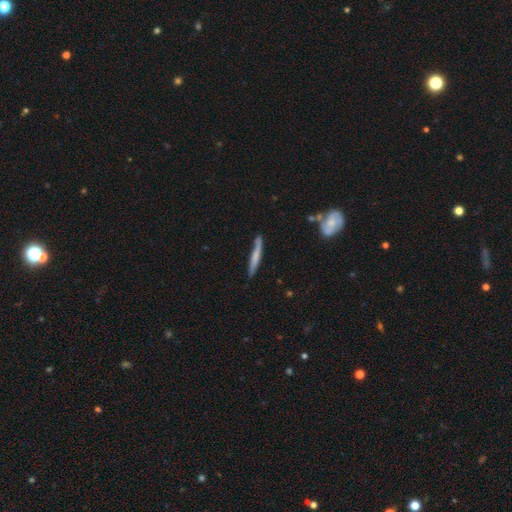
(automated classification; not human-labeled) This is possibly a smooth galaxy (58%). How rounded: clearly cigar-shaped (95%). Merging: likely none (79%).